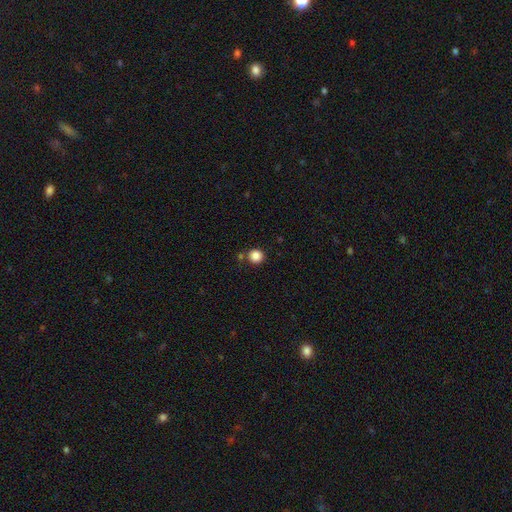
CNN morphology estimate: Smooth or featured?
  - smooth: 86% *
  - star or artifact: 10%
  - featured or disk: 4%
How rounded?
  - round: 93% *
  - in between: 6%
  - cigar-shaped: 1%
Merging?
  - none: 82% *
  - minor disturbance: 8%
  - merger: 7%
  - major disturbance: 3%